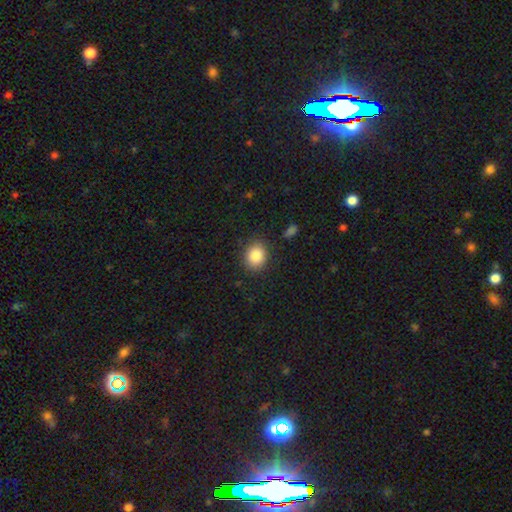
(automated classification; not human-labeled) Overall: smooth (85%). How rounded: round (62%; in between 37%). Merging: none (86%).